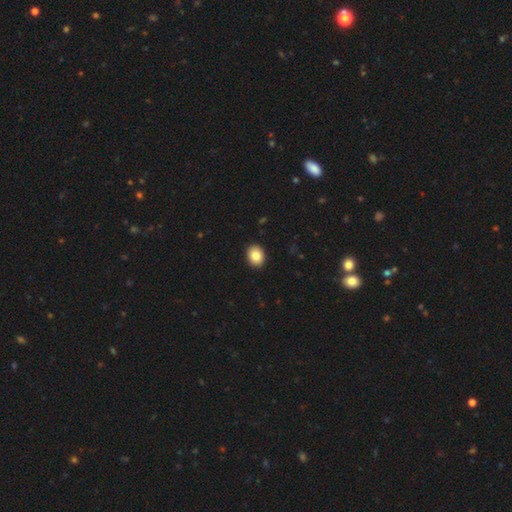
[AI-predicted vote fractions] Smooth or featured? Predicted: smooth (p=0.84). How rounded? Predicted: in between (p=0.52). Merging? Predicted: none (p=0.92).